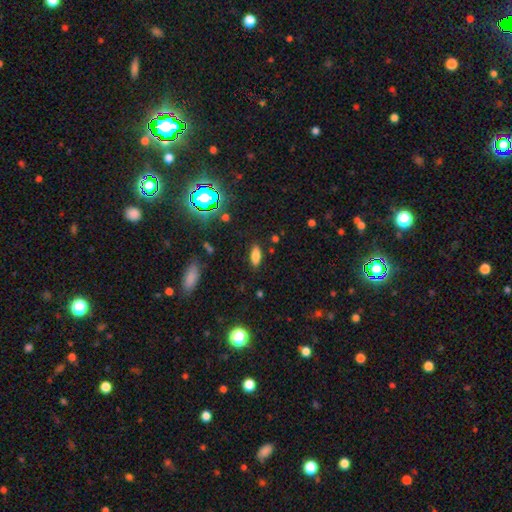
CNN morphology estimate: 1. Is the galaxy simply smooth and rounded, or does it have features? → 76% smooth, 14% star or artifact, 10% featured or disk.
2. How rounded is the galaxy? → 79% in between, 18% cigar-shaped, 3% round.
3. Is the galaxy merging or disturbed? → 85% none, 11% minor disturbance, 3% major disturbance, 2% merger.